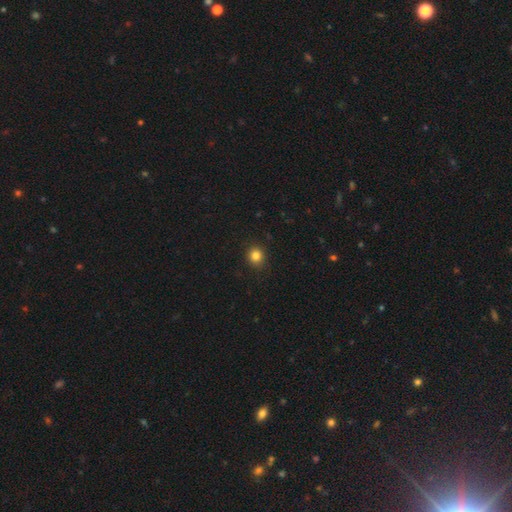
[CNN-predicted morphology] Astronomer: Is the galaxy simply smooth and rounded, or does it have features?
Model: smooth — 83%.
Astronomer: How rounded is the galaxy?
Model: round — 85%.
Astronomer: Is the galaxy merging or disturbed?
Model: none — 89%.